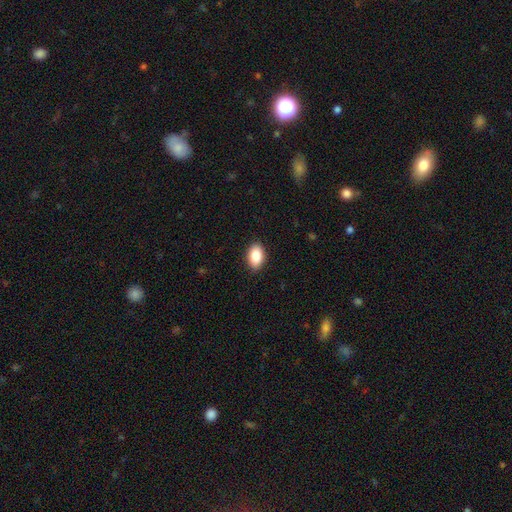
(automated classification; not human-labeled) A smooth galaxy with no disk features (87%) that is in between round and cigar-shaped (90%). Merging: none (89%).